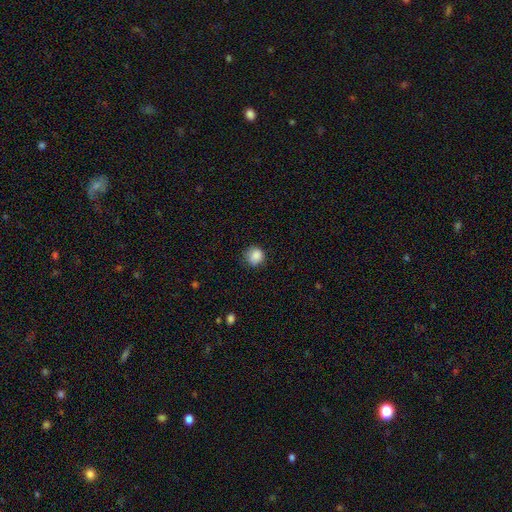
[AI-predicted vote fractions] Smooth or featured: smooth — 87% (star or artifact — 9%)
How rounded: round — 87% (in between — 12%)
Merging: none — 77% (minor disturbance — 18%)